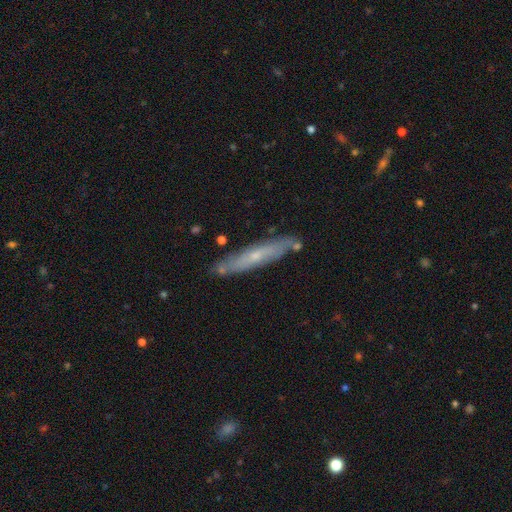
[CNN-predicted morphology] type=featured or disk (56%); edge-on=yes (73%); merging=none (82%).